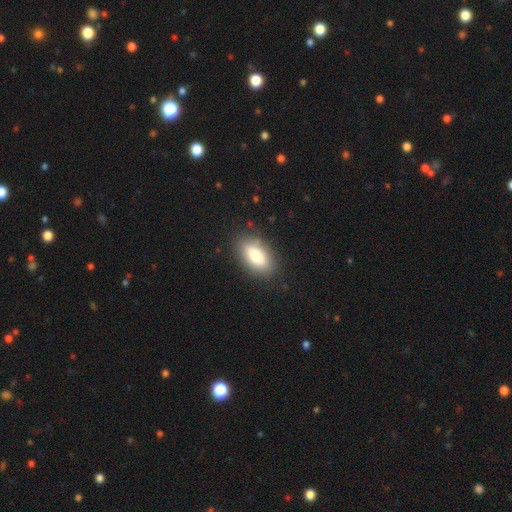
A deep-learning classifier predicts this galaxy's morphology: Q: Smooth or featured?
A: smooth (83%); runner-up: featured or disk (10%)
Q: How rounded?
A: in between (90%); runner-up: cigar-shaped (6%)
Q: Merging?
A: none (86%); runner-up: minor disturbance (10%)